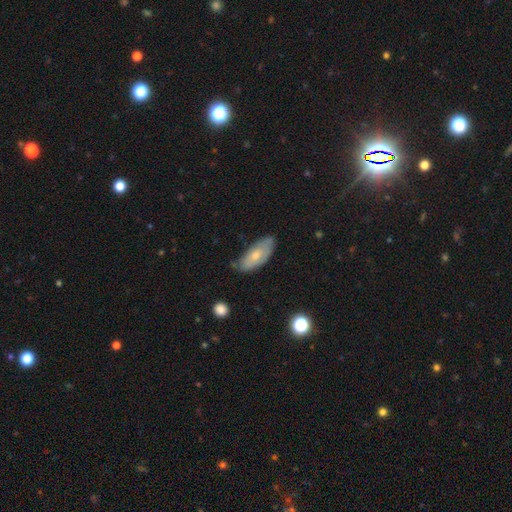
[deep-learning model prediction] This appears to be a smooth galaxy with no disk features (59%) that is in between round and cigar-shaped (83%). Merging: none (62%).